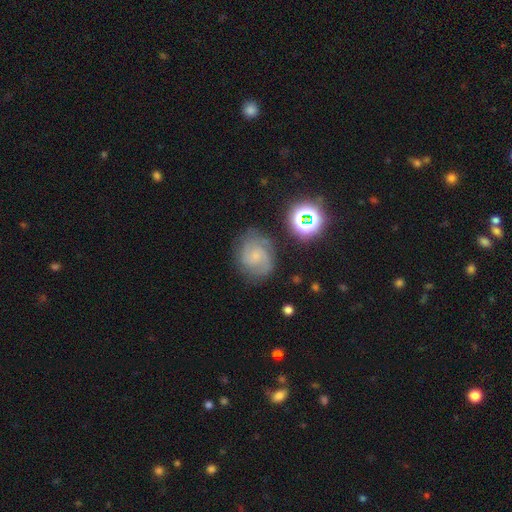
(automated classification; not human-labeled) Q: Smooth or featured?
A: featured or disk (73%); runner-up: smooth (16%)
Q: Edge-on disk?
A: no (98%); runner-up: yes (2%)
Q: Bar?
A: no (55%); runner-up: weak (39%)
Q: Spiral arms?
A: yes (95%); runner-up: no (5%)
Q: Spiral winding?
A: medium (49%); runner-up: tight (38%)
Q: Spiral arm count?
A: 2 (68%); runner-up: can't tell (13%)
Q: Bulge size?
A: small (61%); runner-up: moderate (18%)
Q: Merging?
A: none (71%); runner-up: minor disturbance (18%)